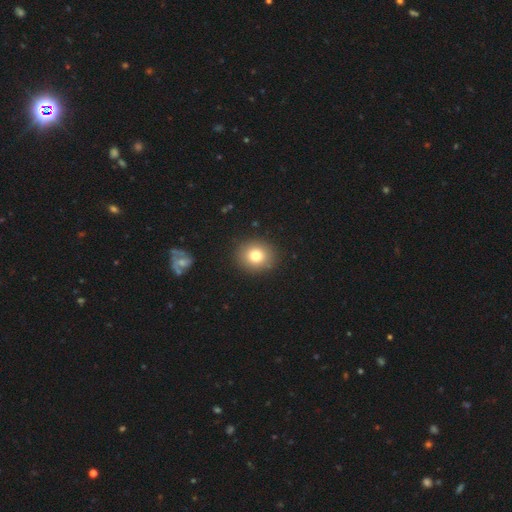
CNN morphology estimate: Smooth or featured? smooth (80%)
How rounded? round (73%)
Merging? none (90%)